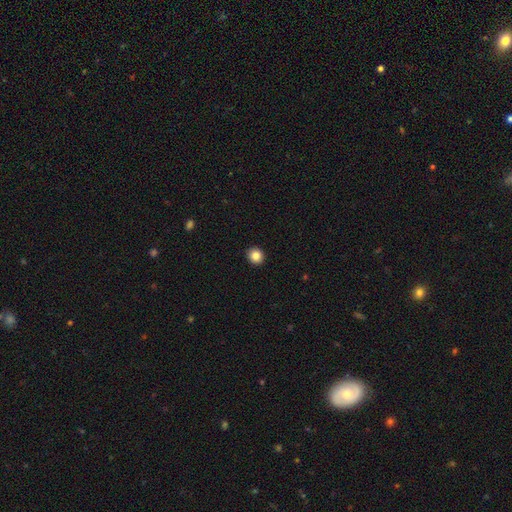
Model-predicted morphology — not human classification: Overall: smooth (85%). How rounded: round (87%). Merging: none (93%).